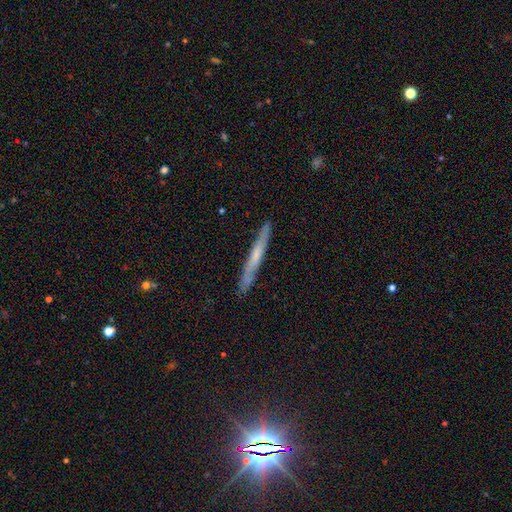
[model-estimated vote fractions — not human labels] Smooth or featured? Predicted: featured or disk (p=0.51). Edge-on disk? Predicted: yes (p=0.93). Merging? Predicted: none (p=0.88).